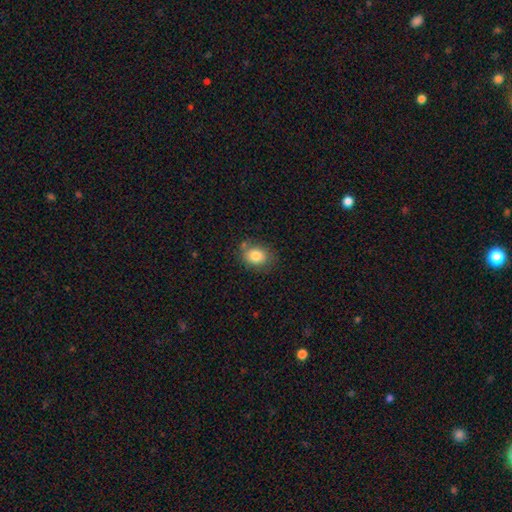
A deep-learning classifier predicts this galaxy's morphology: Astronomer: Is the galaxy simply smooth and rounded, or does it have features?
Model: smooth — 83%.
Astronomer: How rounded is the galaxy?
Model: in between — 52% (runner-up: round, 48%).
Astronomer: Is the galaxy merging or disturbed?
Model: none — 75%.